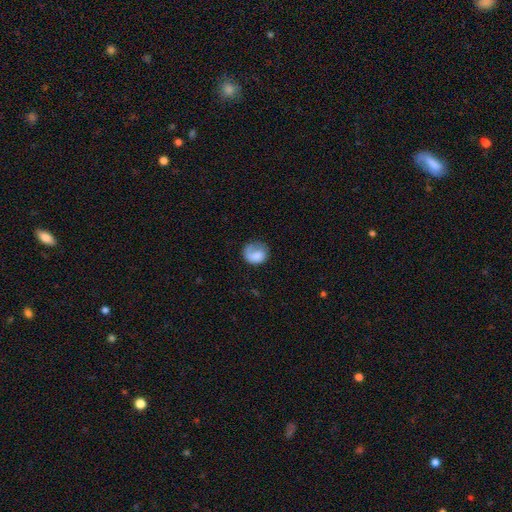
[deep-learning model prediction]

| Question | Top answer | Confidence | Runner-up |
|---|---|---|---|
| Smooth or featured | smooth | 71% | featured or disk (23%) |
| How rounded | round | 65% | in between (34%) |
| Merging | none | 48% | major disturbance (25%) |